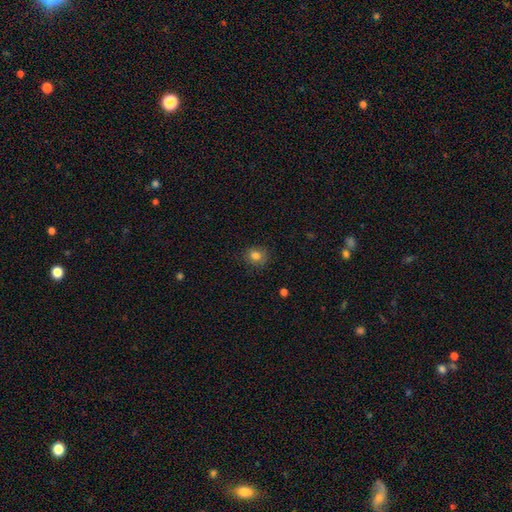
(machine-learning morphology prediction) A smooth galaxy with no disk features (81%) that is round (77%). Merging: none (82%).